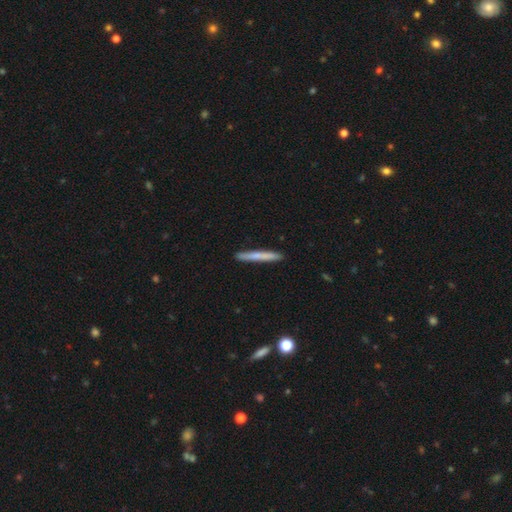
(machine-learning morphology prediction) smooth 52%, featured or disk 35%, star or artifact 12%. Down the decision tree: how rounded — cigar-shaped (93%); merging — none (86%).